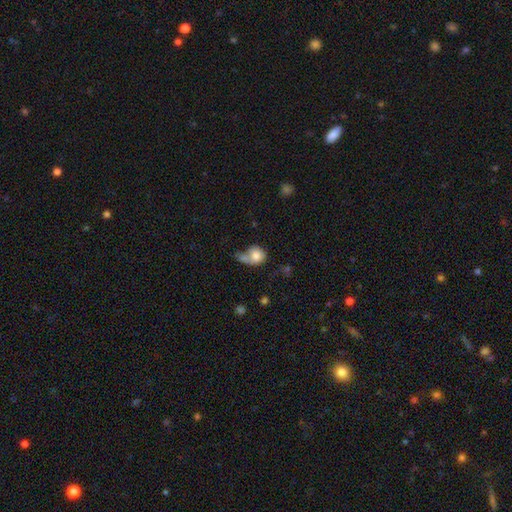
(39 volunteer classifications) Morphology: type=smooth (62%); roundness=round (79%); merging=none (31%).